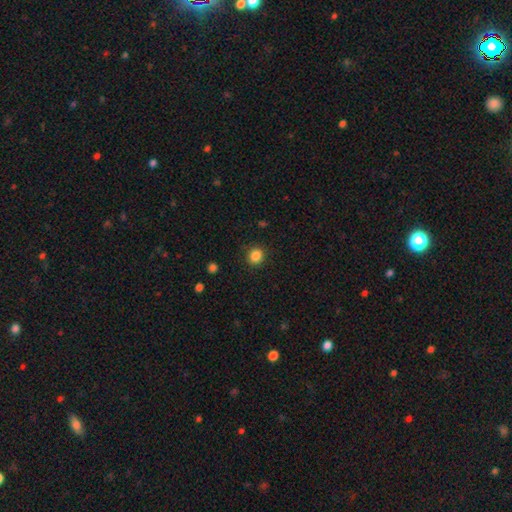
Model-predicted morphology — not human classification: A smooth galaxy with no disk features (85%) that is round (83%).

Vote fractions:
- Smooth or featured? smooth: 85% / star or artifact: 11% / featured or disk: 4%
- How rounded? round: 83% / in between: 16% / cigar-shaped: 1%
- Merging? none: 89% / minor disturbance: 7% / major disturbance: 3% / merger: 1%